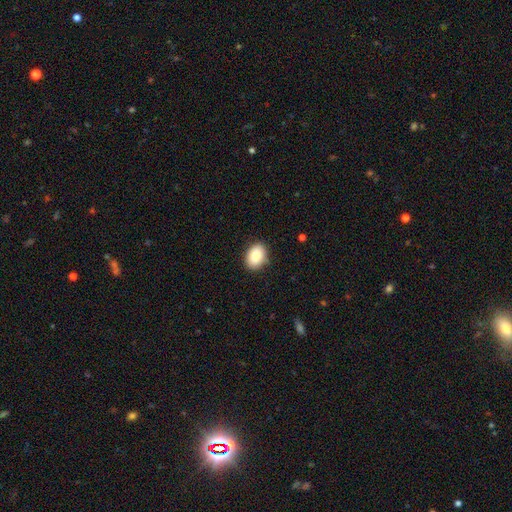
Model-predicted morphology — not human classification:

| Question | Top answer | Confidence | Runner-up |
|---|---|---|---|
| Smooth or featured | smooth | 86% | star or artifact (7%) |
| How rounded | in between | 79% | round (20%) |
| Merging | none | 86% | minor disturbance (10%) |